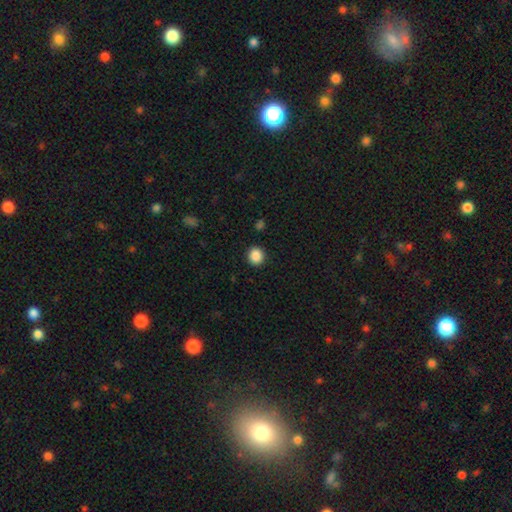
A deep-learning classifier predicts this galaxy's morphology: Q: Smooth or featured?
A: smooth (88%); runner-up: star or artifact (9%)
Q: How rounded?
A: round (84%); runner-up: in between (15%)
Q: Merging?
A: none (92%); runner-up: minor disturbance (5%)